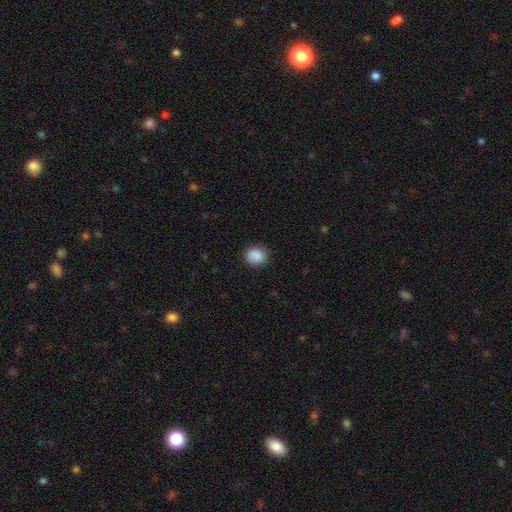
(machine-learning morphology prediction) A smooth galaxy with no disk features (89%) that is round (65%).

Vote fractions:
- Smooth or featured? smooth: 89% / star or artifact: 8% / featured or disk: 3%
- How rounded? round: 65% / in between: 34% / cigar-shaped: 1%
- Merging? none: 88% / minor disturbance: 9% / major disturbance: 2% / merger: 1%